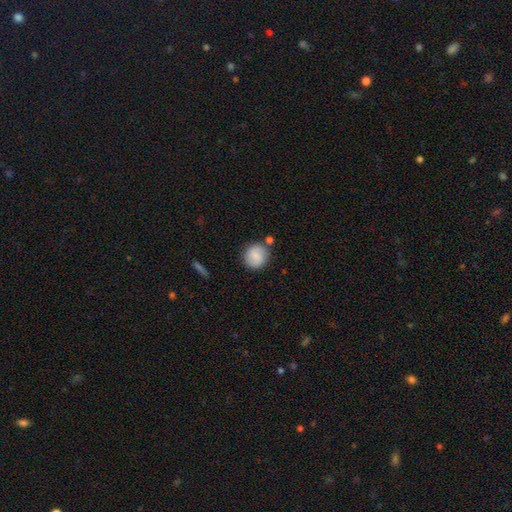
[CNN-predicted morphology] Overall: smooth (78%). How rounded: round (86%). Merging: none (78%).